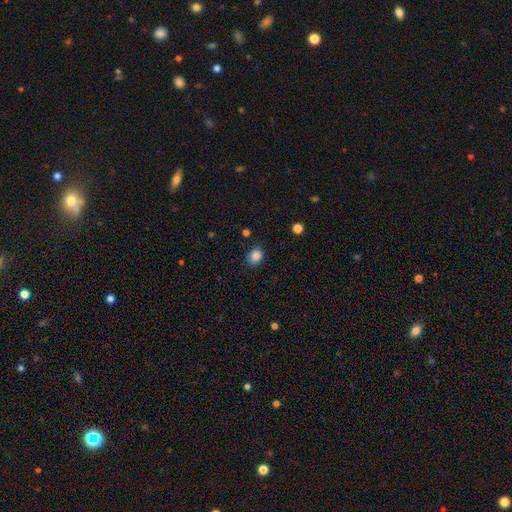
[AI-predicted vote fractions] smooth-or-featured: smooth: 85% | star or artifact: 11% | featured or disk: 4%
  how-rounded: round: 58% | in between: 41% | cigar-shaped: 1%
  merging: none: 78% | minor disturbance: 16% | major disturbance: 4% | merger: 2%